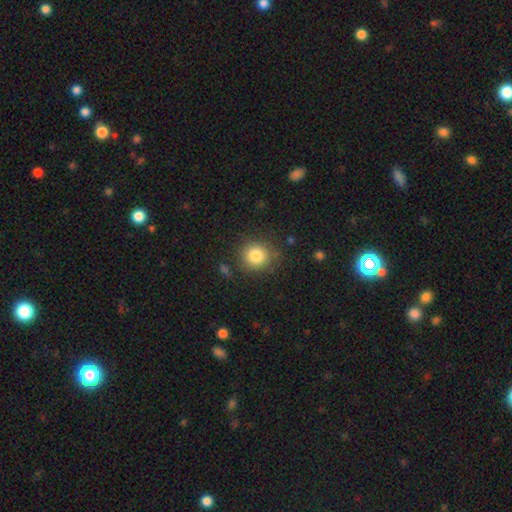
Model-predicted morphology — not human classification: This is clearly a smooth galaxy (83%). How rounded: clearly round (89%). Merging: clearly none (83%).